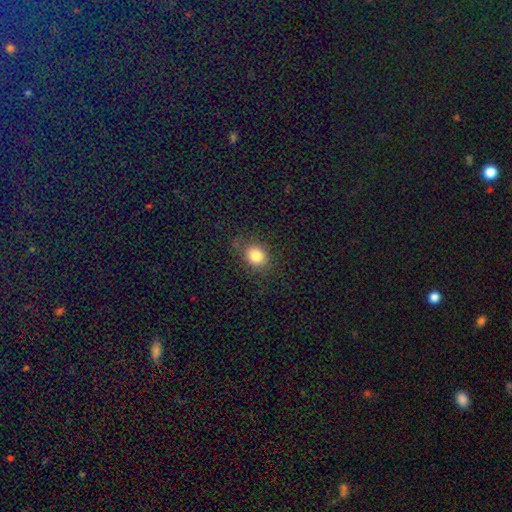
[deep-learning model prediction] Smooth or featured: smooth — 81% (star or artifact — 12%)
How rounded: round — 65% (in between — 34%)
Merging: none — 79% (minor disturbance — 14%)